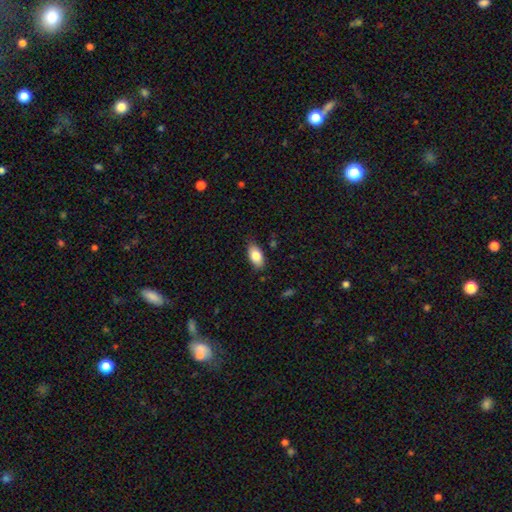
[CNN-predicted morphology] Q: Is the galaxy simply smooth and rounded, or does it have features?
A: smooth — 83%.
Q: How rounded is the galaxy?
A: in between — 92%.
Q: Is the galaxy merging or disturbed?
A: none — 81%.